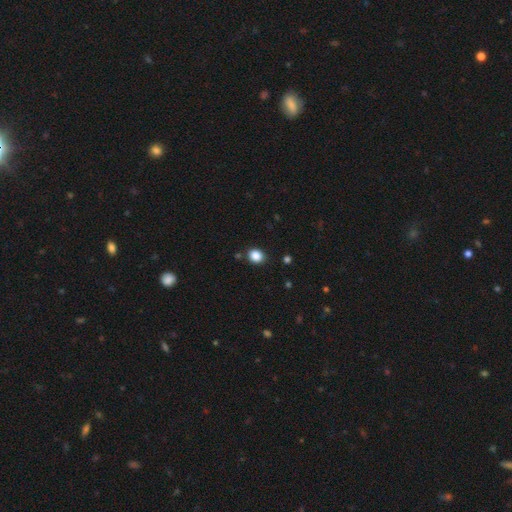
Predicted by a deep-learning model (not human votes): The model was most divided on "how rounded": round: 62%, in between: 37%, cigar-shaped: 1%. More confident: smooth or featured — smooth (87%); merging — none (86%).